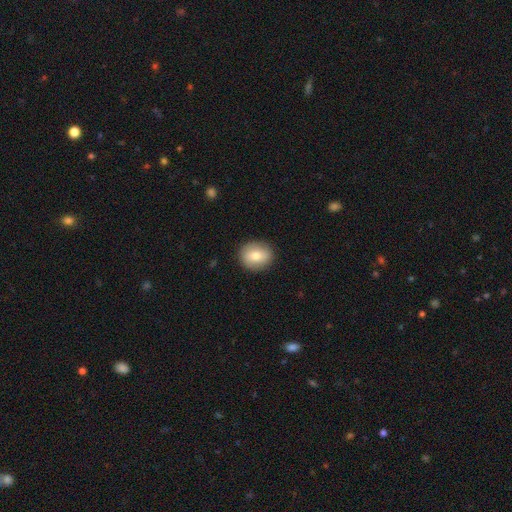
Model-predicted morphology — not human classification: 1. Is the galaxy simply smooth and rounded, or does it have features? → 75% smooth, 17% featured or disk, 8% star or artifact.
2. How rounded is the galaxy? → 68% round, 31% in between, 1% cigar-shaped.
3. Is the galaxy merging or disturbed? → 89% none, 8% minor disturbance, 2% major disturbance, 1% merger.